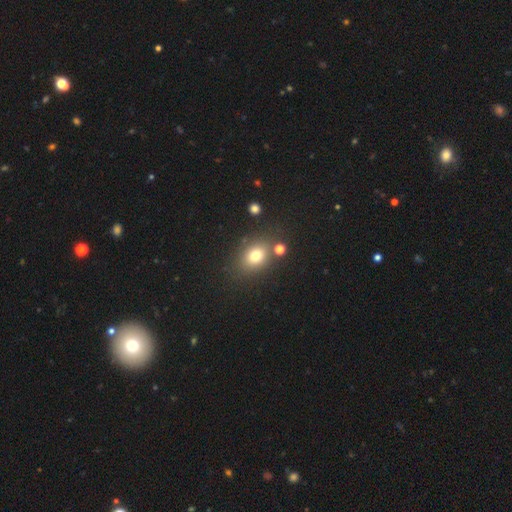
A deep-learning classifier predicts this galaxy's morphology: This is likely a smooth galaxy (75%). How rounded: possibly in between (57%). Merging: likely none (76%).